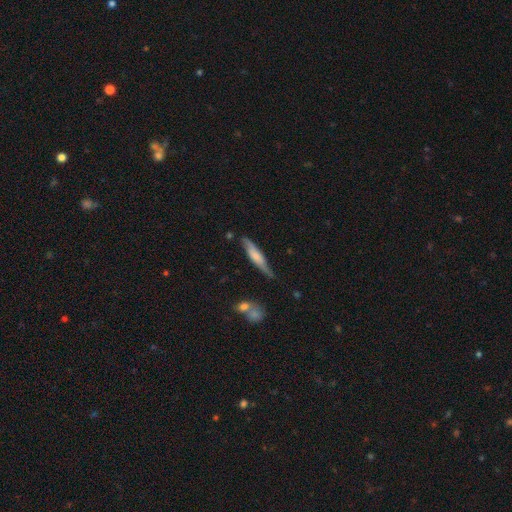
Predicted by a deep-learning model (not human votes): Q: Smooth or featured?
A: smooth (54%); runner-up: featured or disk (41%)
Q: How rounded?
A: cigar-shaped (84%); runner-up: in between (14%)
Q: Merging?
A: none (70%); runner-up: minor disturbance (22%)